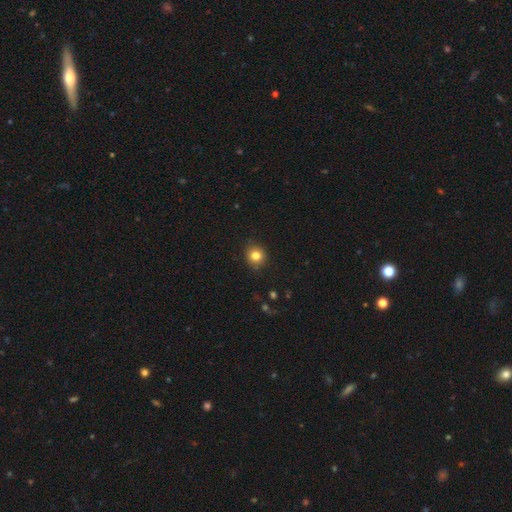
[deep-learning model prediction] Morphology: type=smooth (82%); roundness=round (87%); merging=none (88%).